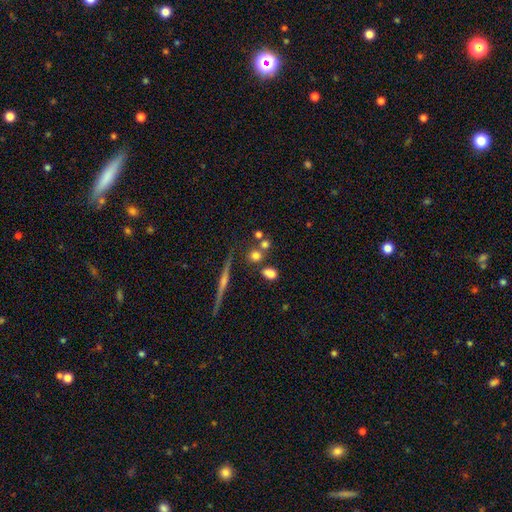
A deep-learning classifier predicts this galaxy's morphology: A smooth galaxy with no disk features (71%) that is round (75%).

Vote fractions:
- Smooth or featured? smooth: 71% / featured or disk: 15% / star or artifact: 14%
- How rounded? round: 75% / in between: 20% / cigar-shaped: 5%
- Merging? none: 61% / merger: 25% / minor disturbance: 9% / major disturbance: 5%